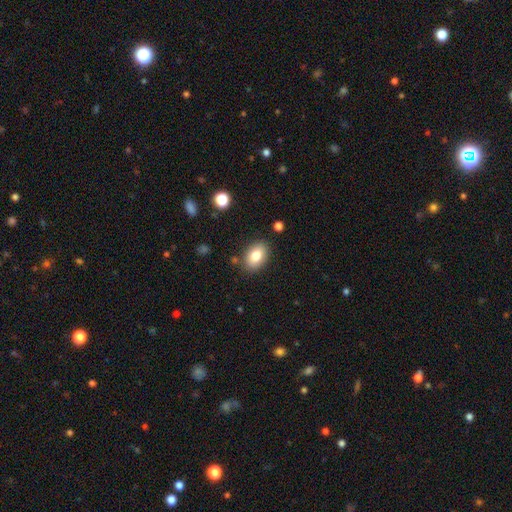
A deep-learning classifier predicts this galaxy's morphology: smooth_or_featured: smooth (p=0.81) [alt: featured or disk p=0.11]
how_rounded: in between (p=0.83) [alt: round p=0.16]
merging: none (p=0.84) [alt: minor disturbance p=0.11]